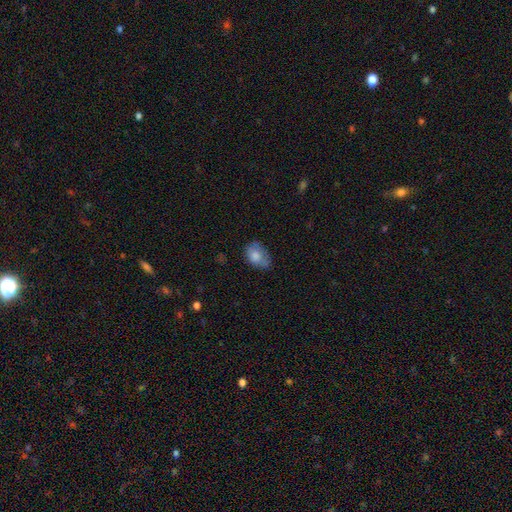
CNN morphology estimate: smooth-or-featured: smooth: 75% | featured or disk: 17% | star or artifact: 8%
  how-rounded: in between: 79% | round: 20% | cigar-shaped: 1%
  merging: none: 51% | minor disturbance: 34% | major disturbance: 12% | merger: 3%